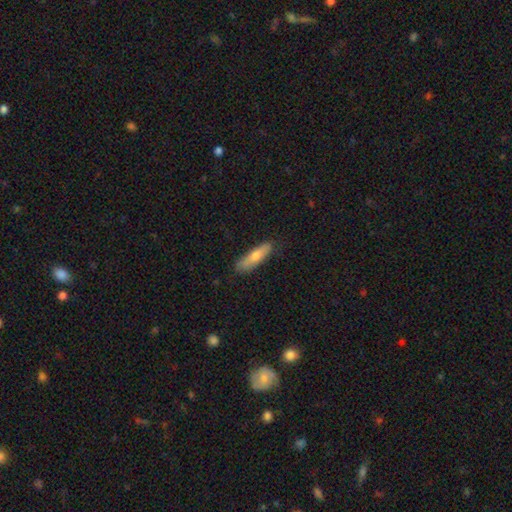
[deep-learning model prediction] Smooth or featured? smooth (67%)
How rounded? cigar-shaped (69%)
Merging? none (83%)